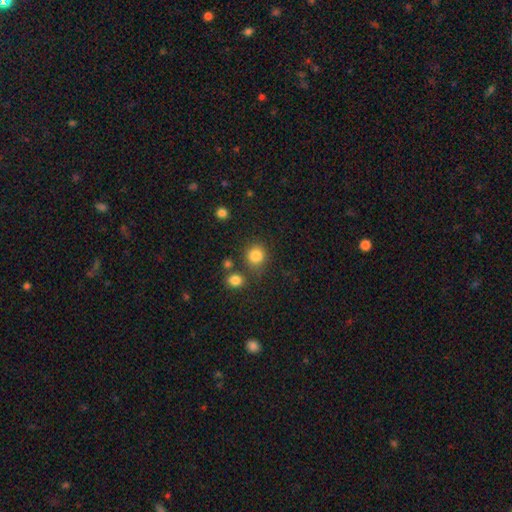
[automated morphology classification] This appears to be a smooth galaxy with no disk features (84%) that is round (83%). Merging: none (74%).